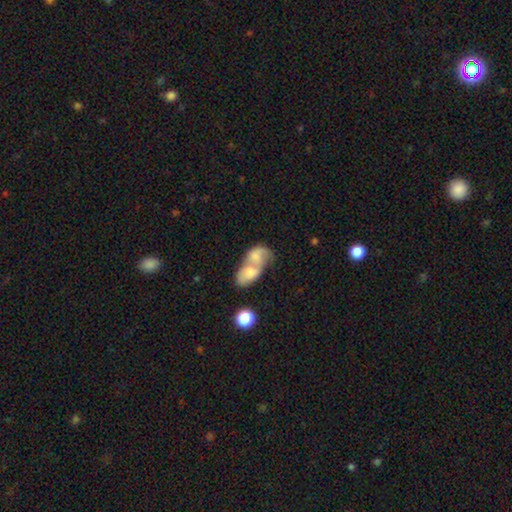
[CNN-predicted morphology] smooth 60%, featured or disk 32%, star or artifact 8%. Down the decision tree: how rounded — in between (84%); merging — merger (80%).